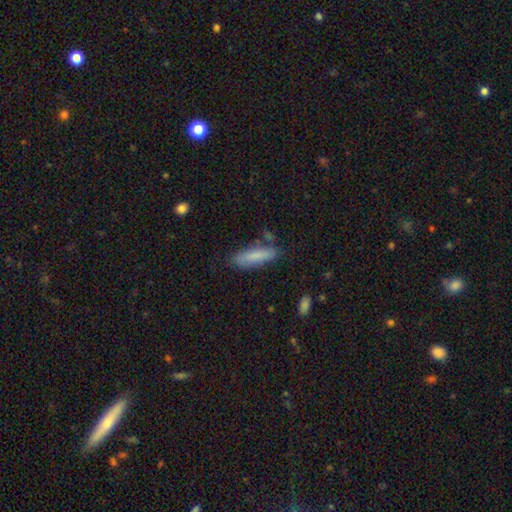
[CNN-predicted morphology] Smooth or featured? Predicted: smooth (p=0.82). How rounded? Predicted: cigar-shaped (p=0.64). Merging? Predicted: none (p=0.75).